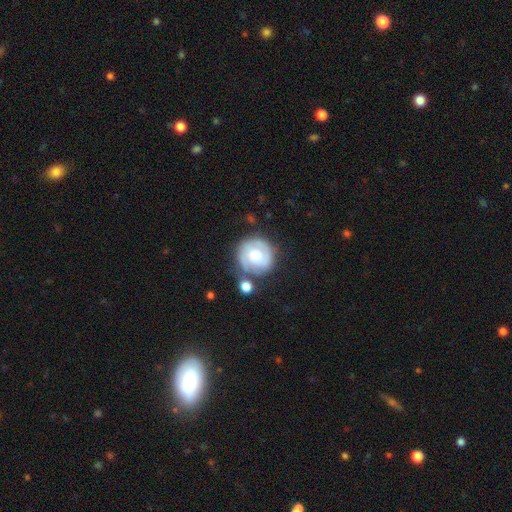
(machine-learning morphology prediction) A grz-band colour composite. It shows a featured or disk galaxy (63%) with no bar (63%), 2 (56%) tight (65%) spiral arms (84%) and a moderate central bulge (49%). Merging: none (62%).